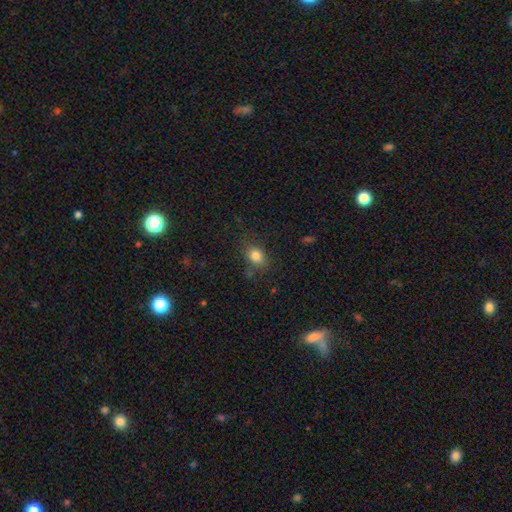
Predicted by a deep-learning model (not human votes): Q: Smooth or featured?
A: smooth (82%); runner-up: star or artifact (11%)
Q: How rounded?
A: in between (59%); runner-up: round (39%)
Q: Merging?
A: none (75%); runner-up: minor disturbance (17%)